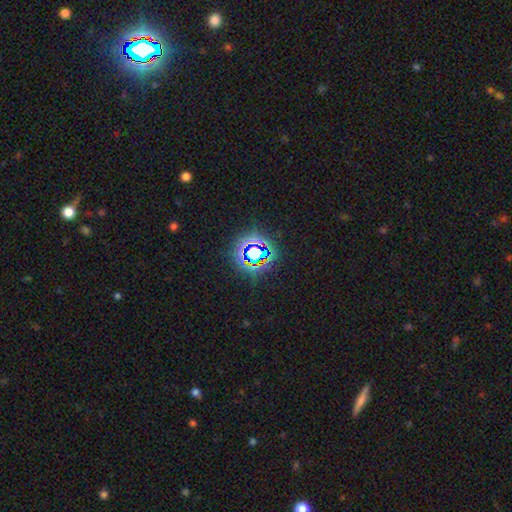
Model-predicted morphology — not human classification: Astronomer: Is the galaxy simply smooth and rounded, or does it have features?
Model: star or artifact — 72%.